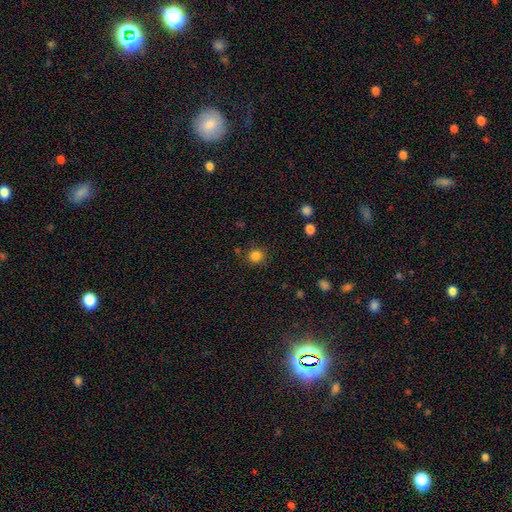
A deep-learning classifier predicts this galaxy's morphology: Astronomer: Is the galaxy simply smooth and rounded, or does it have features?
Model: smooth — 83%.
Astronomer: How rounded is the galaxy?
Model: round — 90%.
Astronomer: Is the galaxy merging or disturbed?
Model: none — 85%.